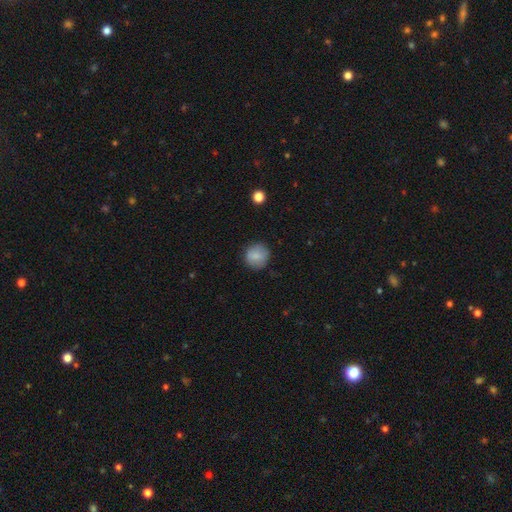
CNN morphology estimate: Smooth or featured: smooth — 83% (featured or disk — 9%)
How rounded: round — 89% (in between — 10%)
Merging: none — 85% (minor disturbance — 11%)